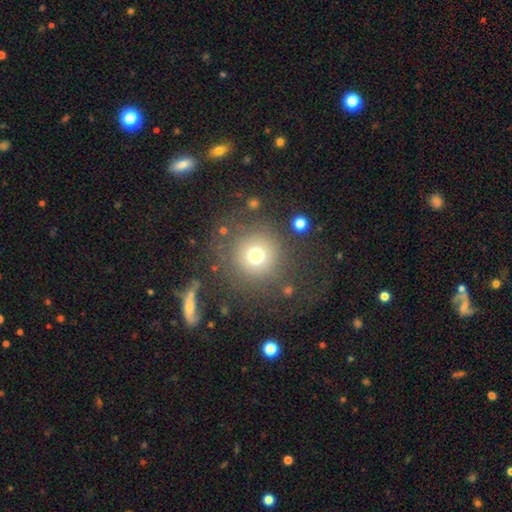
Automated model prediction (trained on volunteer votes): Smooth or featured: smooth — 72% (star or artifact — 16%)
How rounded: round — 94% (in between — 5%)
Merging: none — 80% (minor disturbance — 10%)